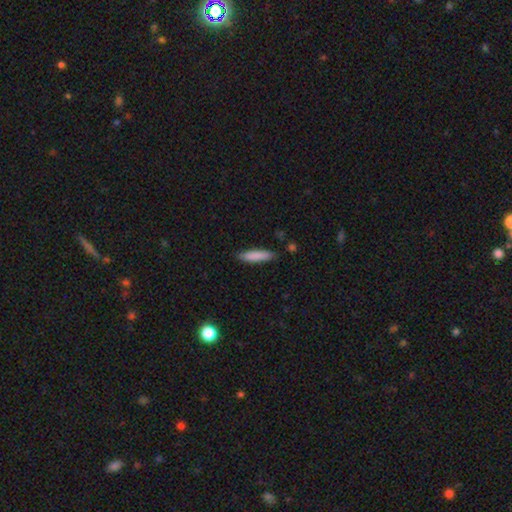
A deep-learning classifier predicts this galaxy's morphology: This appears to be a smooth galaxy with no disk features (84%) that is cigar-shaped (78%). Merging: none (81%).